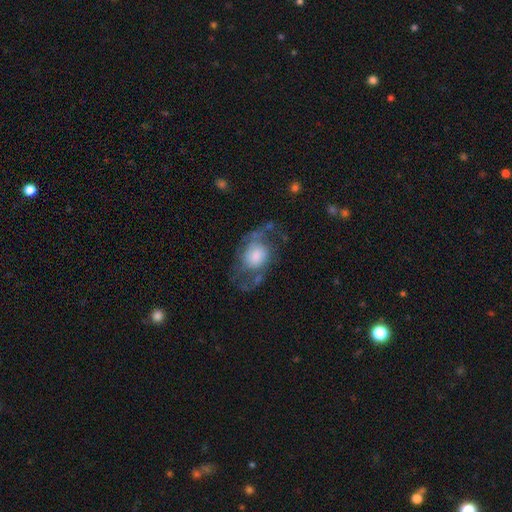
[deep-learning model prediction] Smooth or featured? featured or disk (62%)
Edge-on disk? no (96%)
Bar? no (69%)
Spiral arms? yes (78%)
Bulge size? large (40%)
Merging? none (44%)